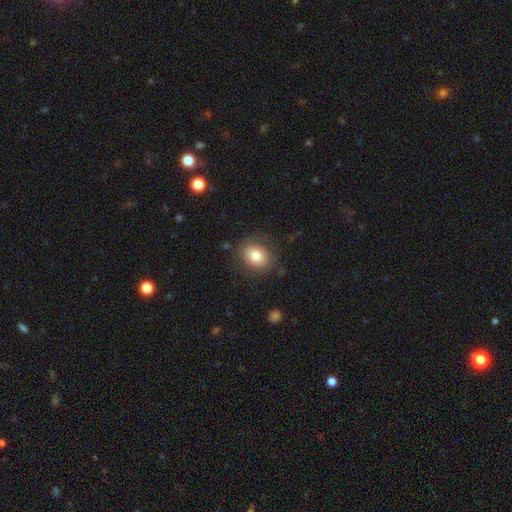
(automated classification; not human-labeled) smooth 80%, featured or disk 11%, star or artifact 9%. Down the decision tree: how rounded — in between (50%); merging — none (81%).